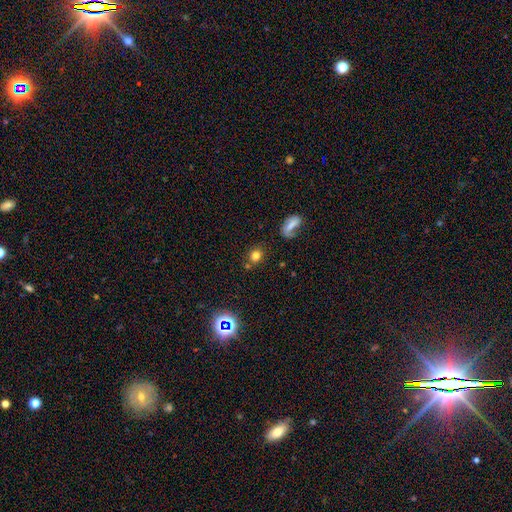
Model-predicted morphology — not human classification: This appears to be a smooth galaxy with no disk features (73%) that is round (71%). Merging: none (76%).